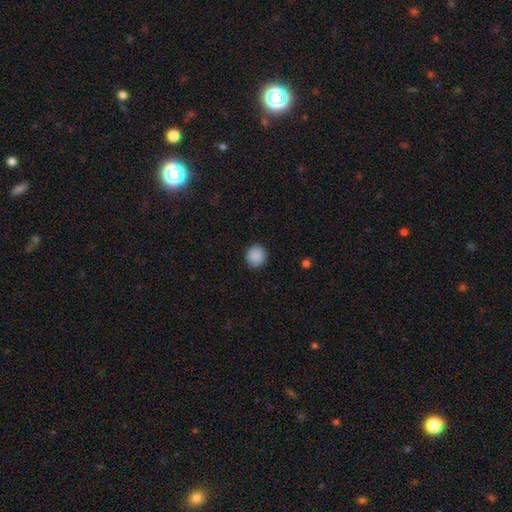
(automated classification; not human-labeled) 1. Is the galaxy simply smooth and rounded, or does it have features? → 89% smooth, 8% star or artifact, 2% featured or disk.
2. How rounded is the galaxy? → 88% round, 11% in between, 1% cigar-shaped.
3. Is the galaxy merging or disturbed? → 91% none, 6% minor disturbance, 2% major disturbance, 1% merger.